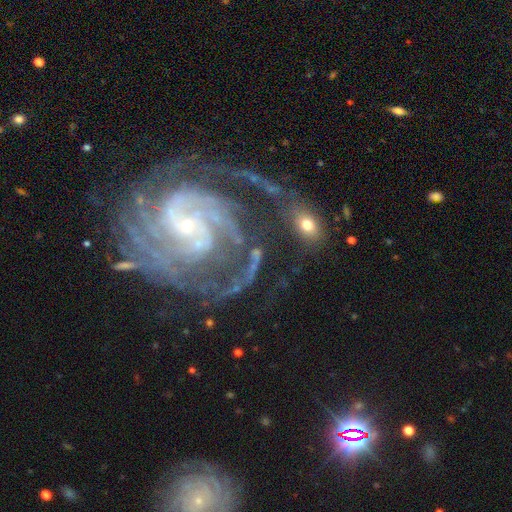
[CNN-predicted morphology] A featured or disk galaxy (81%) with no bar (55%), 2 (32%) tight (46%) spiral arms (95%) and a small central bulge (77%). Merging: none (58%).